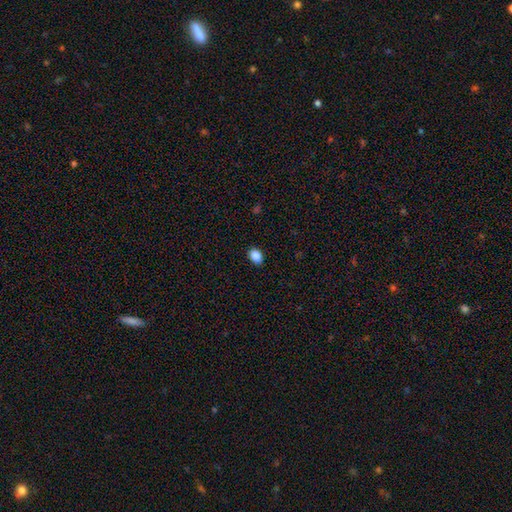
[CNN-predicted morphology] smooth_or_featured: smooth (p=0.88) [alt: star or artifact p=0.09]
how_rounded: in between (p=0.70) [alt: round p=0.29]
merging: none (p=0.89) [alt: minor disturbance p=0.08]